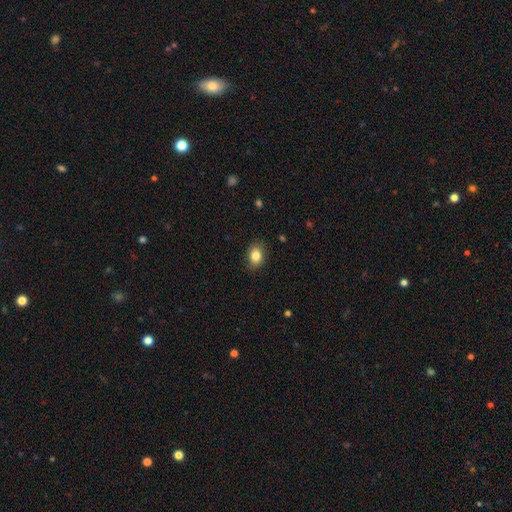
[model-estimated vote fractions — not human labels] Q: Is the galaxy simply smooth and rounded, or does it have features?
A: smooth — 83%.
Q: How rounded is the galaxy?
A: in between — 69%.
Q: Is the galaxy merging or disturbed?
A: none — 84%.